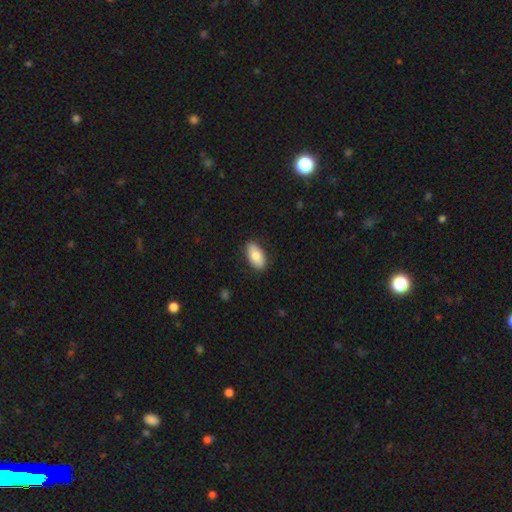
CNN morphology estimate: The model was most divided on "smooth or featured": smooth: 80%, featured or disk: 13%, star or artifact: 6%. More confident: how rounded — in between (93%); merging — none (86%).